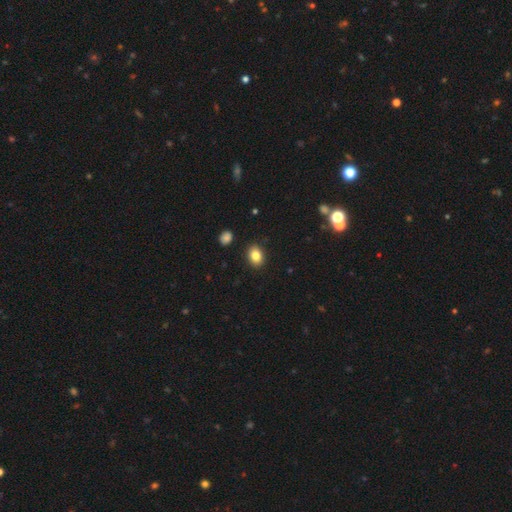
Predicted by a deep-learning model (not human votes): The model was most divided on "how rounded": in between: 70%, round: 29%, cigar-shaped: 1%. More confident: merging — none (90%); smooth or featured — smooth (84%).